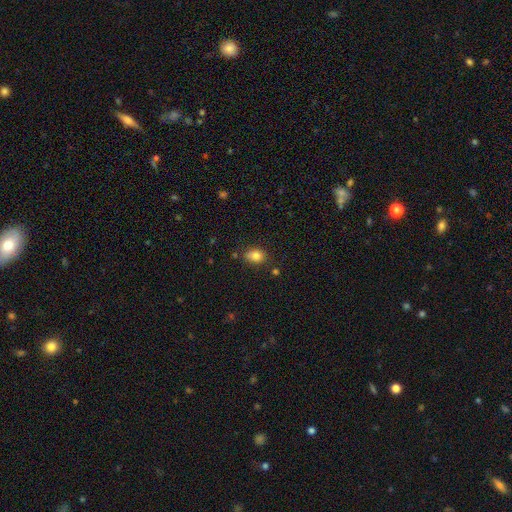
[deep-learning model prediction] Smooth or featured?
  - smooth: 80% *
  - star or artifact: 11%
  - featured or disk: 9%
How rounded?
  - in between: 51% *
  - round: 48%
  - cigar-shaped: 1%
Merging?
  - none: 60% *
  - minor disturbance: 23%
  - merger: 11%
  - major disturbance: 6%